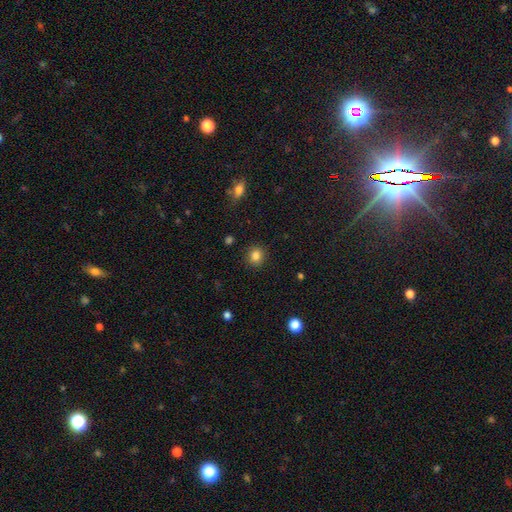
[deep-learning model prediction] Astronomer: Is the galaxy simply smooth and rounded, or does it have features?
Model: smooth — 84%.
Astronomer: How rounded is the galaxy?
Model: round — 86%.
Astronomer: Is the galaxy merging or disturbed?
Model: none — 90%.